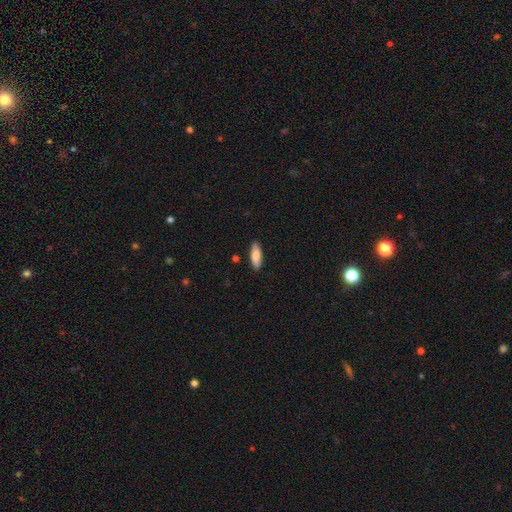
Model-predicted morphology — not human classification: Smooth or featured? smooth (83%)
How rounded? in between (63%)
Merging? none (87%)